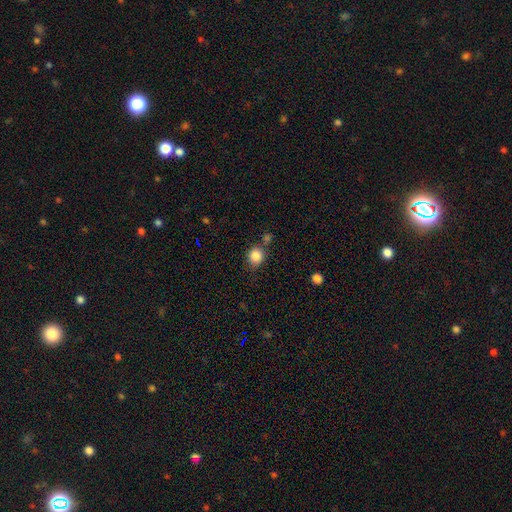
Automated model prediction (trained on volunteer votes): Q: Smooth or featured?
A: smooth (87%); runner-up: star or artifact (10%)
Q: How rounded?
A: round (81%); runner-up: in between (18%)
Q: Merging?
A: none (69%); runner-up: minor disturbance (14%)